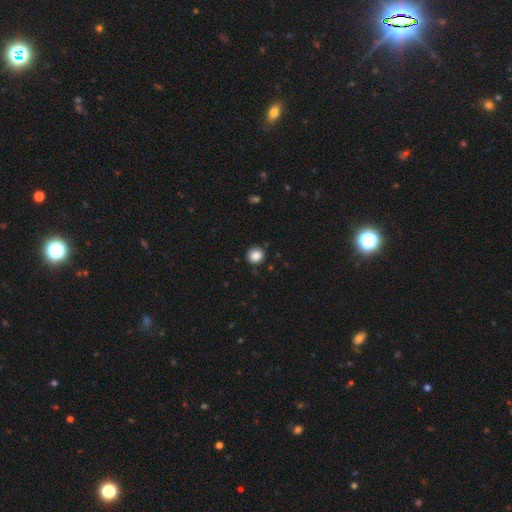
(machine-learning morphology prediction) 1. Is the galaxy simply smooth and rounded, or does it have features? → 87% smooth, 10% star or artifact, 4% featured or disk.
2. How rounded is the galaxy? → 88% round, 11% in between, 1% cigar-shaped.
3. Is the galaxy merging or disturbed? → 88% none, 9% minor disturbance, 2% major disturbance, 1% merger.